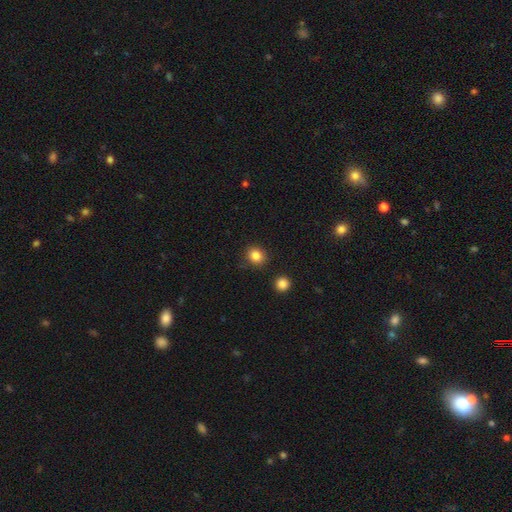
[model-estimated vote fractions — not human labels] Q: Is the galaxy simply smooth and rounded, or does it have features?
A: smooth — 85%.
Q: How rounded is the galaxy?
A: round — 75%.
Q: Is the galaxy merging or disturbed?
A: none — 87%.